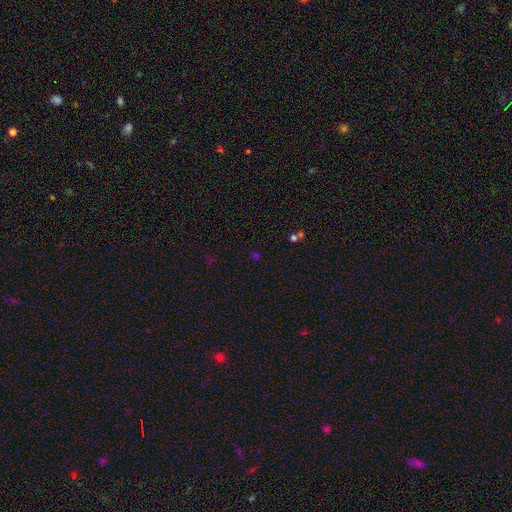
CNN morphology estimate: smooth_or_featured: star or artifact (p=0.50) [alt: smooth p=0.43]